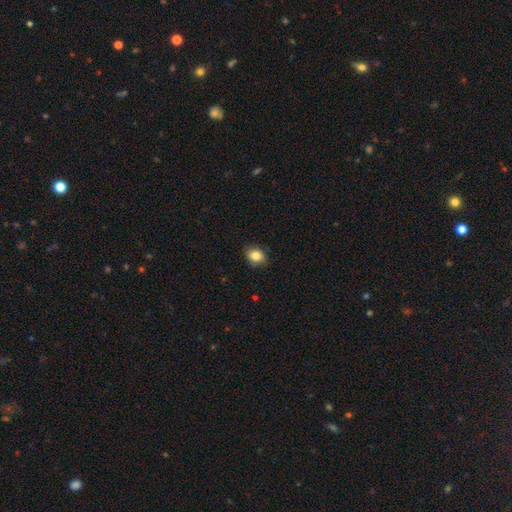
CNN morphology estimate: type=smooth (84%); roundness=in between (57%); merging=none (83%).